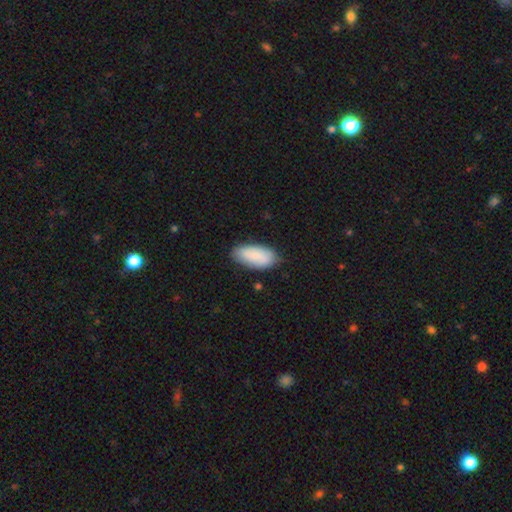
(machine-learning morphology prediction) The model was most divided on "merging": none: 78%, minor disturbance: 18%, major disturbance: 3%, merger: 2%. More confident: how rounded — in between (91%); smooth or featured — smooth (85%).